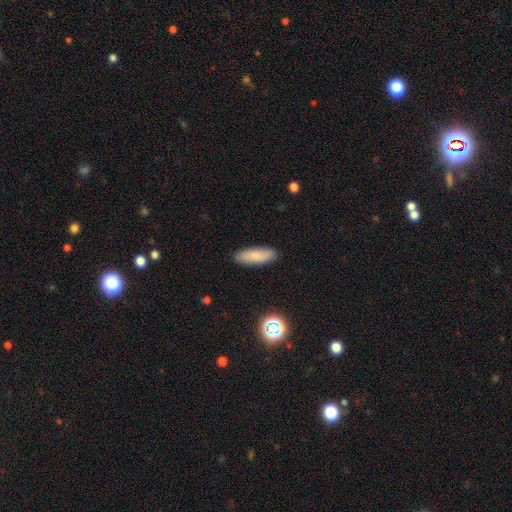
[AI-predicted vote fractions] A smooth galaxy with no disk features (82%) that is in between round and cigar-shaped (58%). Merging: none (89%).